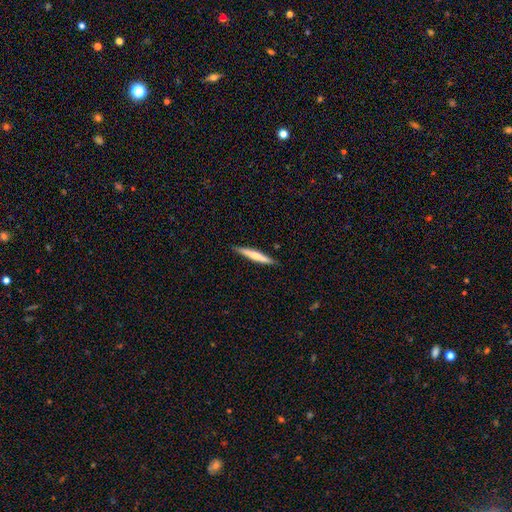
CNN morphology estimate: Q: Smooth or featured?
A: smooth (57%); runner-up: featured or disk (38%)
Q: How rounded?
A: cigar-shaped (94%); runner-up: in between (4%)
Q: Merging?
A: none (89%); runner-up: minor disturbance (8%)